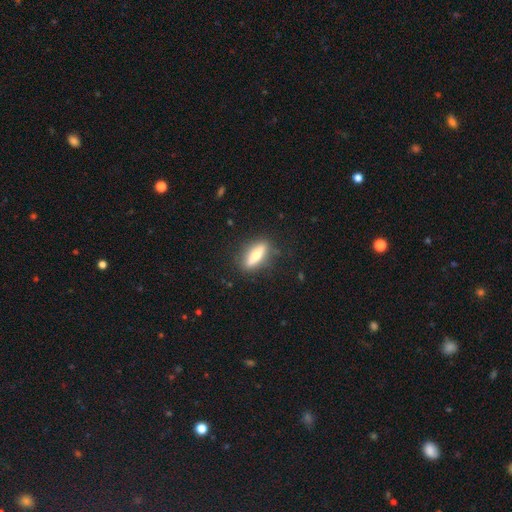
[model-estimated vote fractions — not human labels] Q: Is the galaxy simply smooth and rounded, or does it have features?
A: smooth — 53%.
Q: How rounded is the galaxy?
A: cigar-shaped — 56%.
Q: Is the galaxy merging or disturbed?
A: none — 84%.